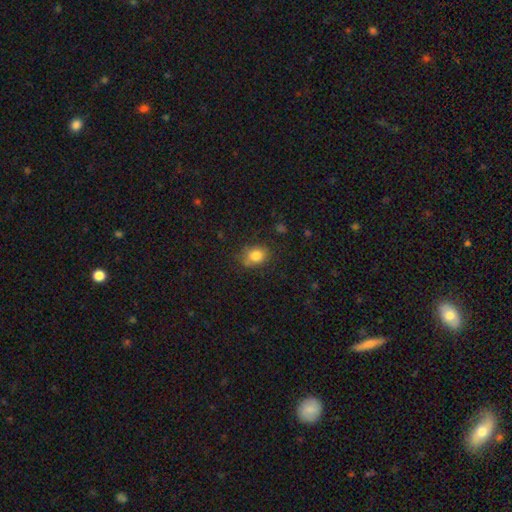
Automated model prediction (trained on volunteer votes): A smooth galaxy with no disk features (82%) that is in between round and cigar-shaped (52%). Merging: none (74%).